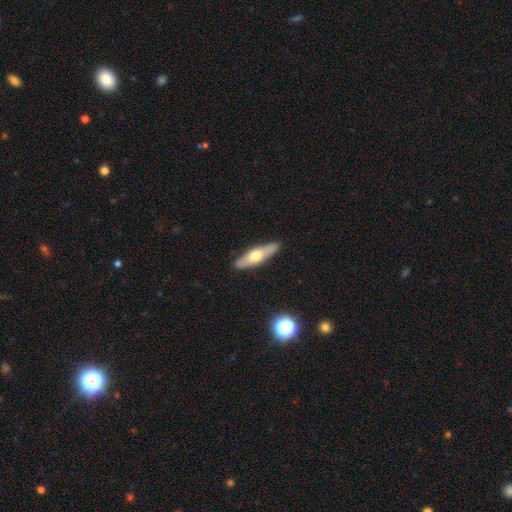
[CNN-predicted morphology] This appears to be a featured or disk galaxy (47%, tied with smooth). Merging: none (89%).